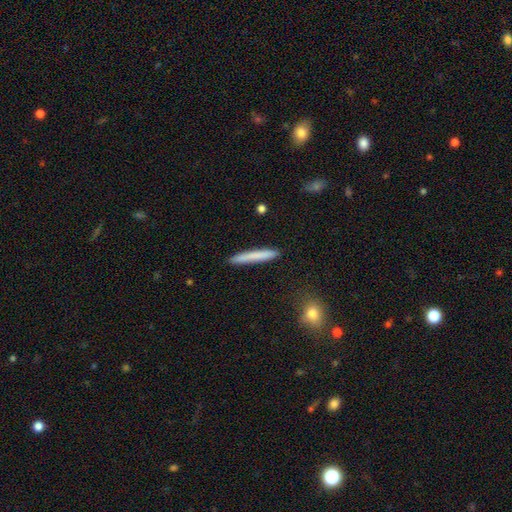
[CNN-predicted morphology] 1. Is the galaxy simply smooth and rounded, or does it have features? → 75% smooth, 19% featured or disk, 6% star or artifact.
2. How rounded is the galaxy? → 96% cigar-shaped, 3% in between, 1% round.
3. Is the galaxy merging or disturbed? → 90% none, 7% minor disturbance, 1% major disturbance, 1% merger.